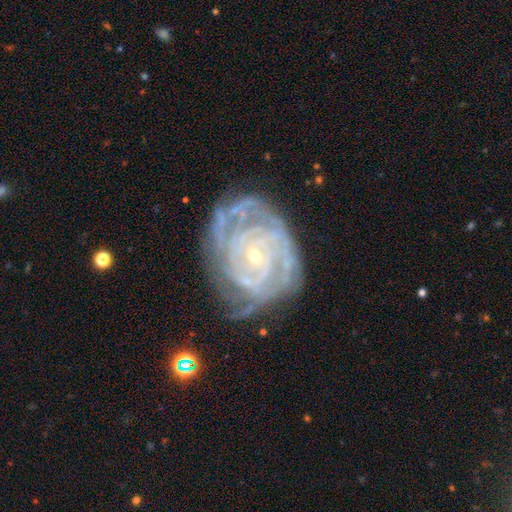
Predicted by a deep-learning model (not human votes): Smooth or featured? featured or disk (87%)
Edge-on disk? no (97%)
Bar? no (72%)
Spiral arms? yes (95%)
Spiral winding? tight (78%)
Spiral arm count? can't tell (35%)
Bulge size? small (83%)
Merging? none (61%)